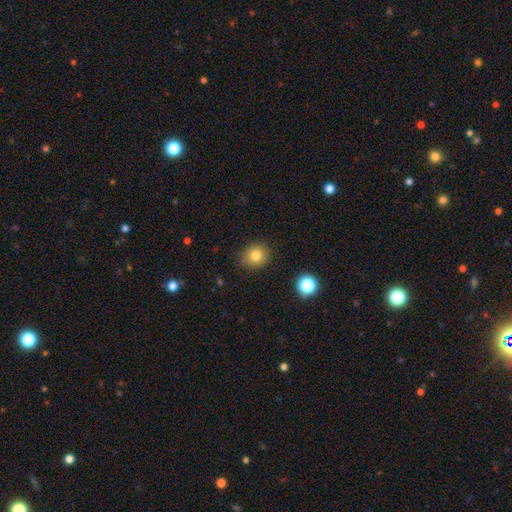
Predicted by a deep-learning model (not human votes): Smooth or featured? Predicted: smooth (p=0.80). How rounded? Predicted: round (p=0.81). Merging? Predicted: none (p=0.86).